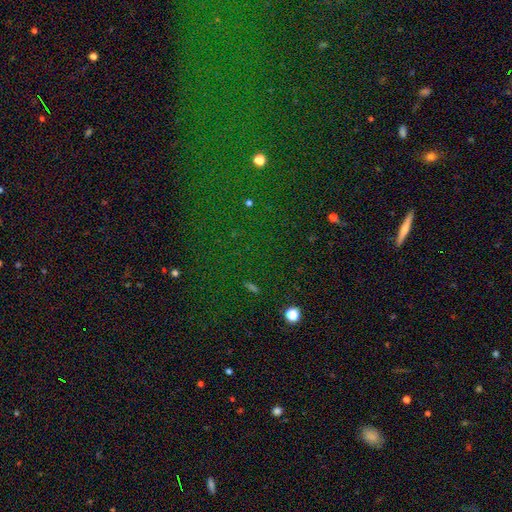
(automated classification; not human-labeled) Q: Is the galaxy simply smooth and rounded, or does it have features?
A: star or artifact — 75%.